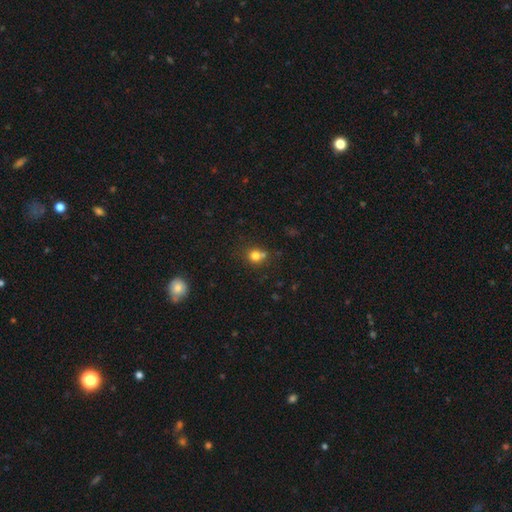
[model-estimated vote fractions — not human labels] Smooth or featured: smooth — 78% (star or artifact — 14%)
How rounded: round — 82% (in between — 17%)
Merging: none — 58% (merger — 26%)